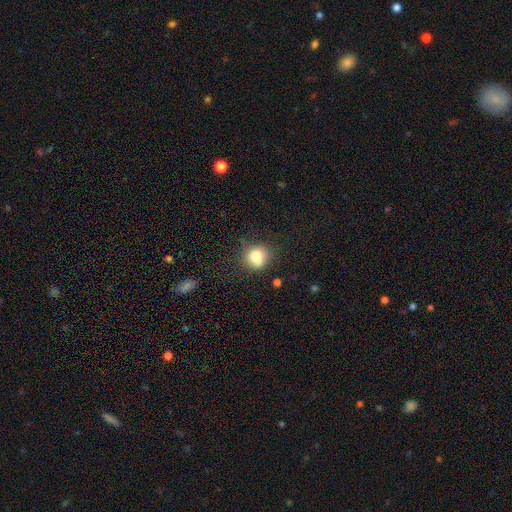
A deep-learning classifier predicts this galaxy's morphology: A smooth galaxy with no disk features (72%) that is round (79%).

Vote fractions:
- Smooth or featured? smooth: 72% / featured or disk: 17% / star or artifact: 11%
- How rounded? round: 79% / in between: 20% / cigar-shaped: 1%
- Merging? none: 50% / merger: 27% / minor disturbance: 17% / major disturbance: 6%